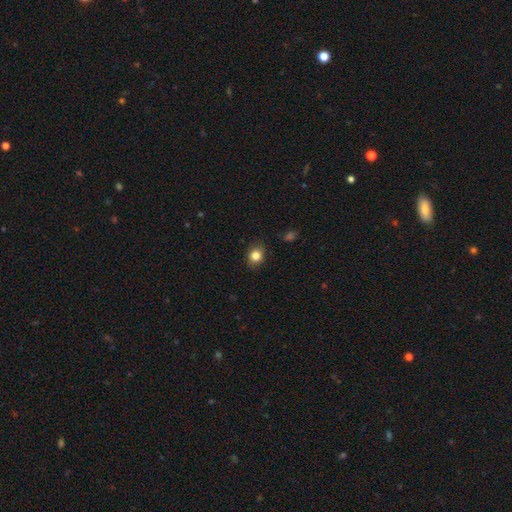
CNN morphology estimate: Q: Smooth or featured?
A: smooth (83%); runner-up: star or artifact (10%)
Q: How rounded?
A: round (58%); runner-up: in between (41%)
Q: Merging?
A: none (82%); runner-up: minor disturbance (14%)